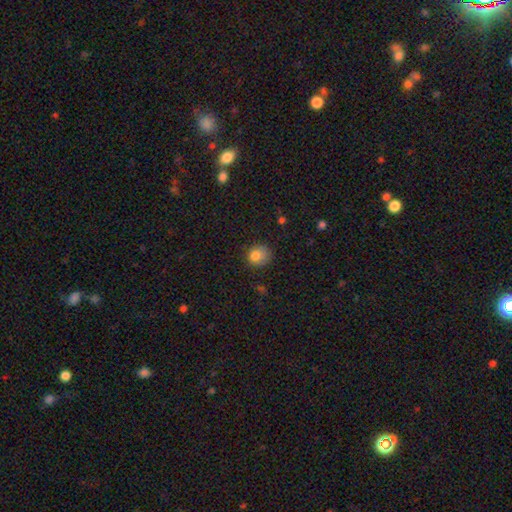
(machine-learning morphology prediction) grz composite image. It shows a smooth galaxy with no disk features (82%) that is round (76%). Merging: none (65%).